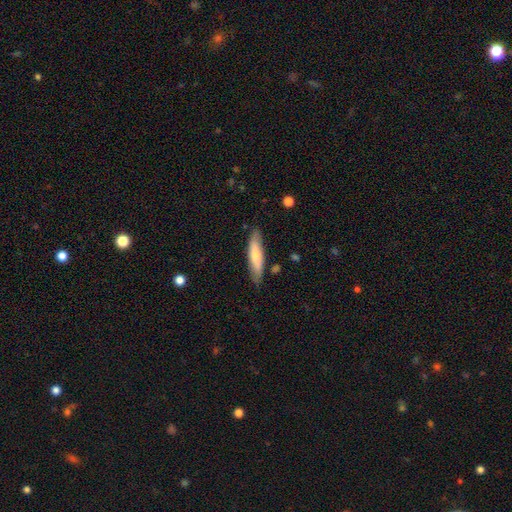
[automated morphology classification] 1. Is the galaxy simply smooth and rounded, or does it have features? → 65% smooth, 30% featured or disk, 6% star or artifact.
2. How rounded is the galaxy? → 72% cigar-shaped, 26% in between, 1% round.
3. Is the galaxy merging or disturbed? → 82% none, 13% minor disturbance, 3% major disturbance, 2% merger.